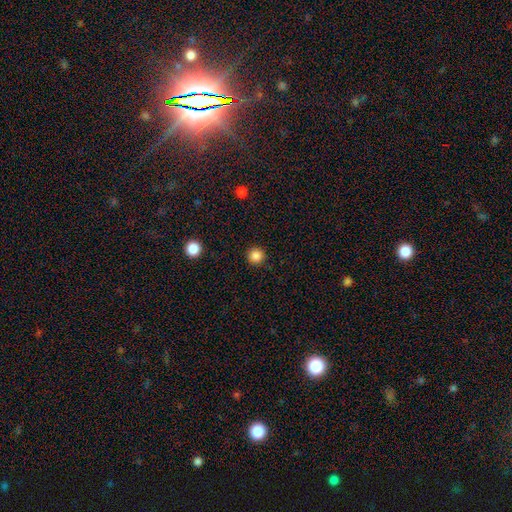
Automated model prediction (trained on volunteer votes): Morphology: type=smooth (85%); roundness=round (96%); merging=none (92%).